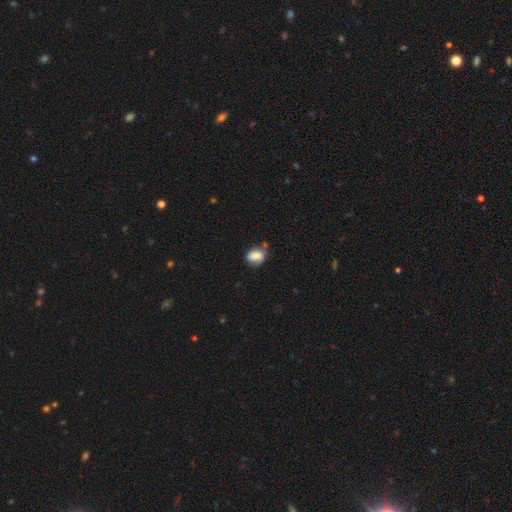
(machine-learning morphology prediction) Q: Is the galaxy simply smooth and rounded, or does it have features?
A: smooth — 77%.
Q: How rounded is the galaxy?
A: in between — 59%.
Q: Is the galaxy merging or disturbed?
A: none — 56%.